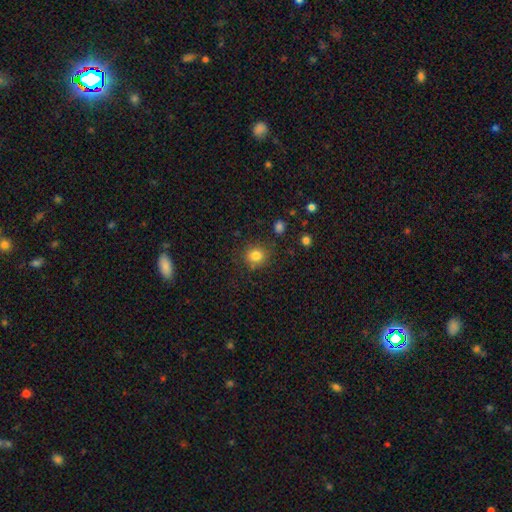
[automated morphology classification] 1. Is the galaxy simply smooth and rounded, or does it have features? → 82% smooth, 12% star or artifact, 6% featured or disk.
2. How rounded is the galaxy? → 84% round, 15% in between, 1% cigar-shaped.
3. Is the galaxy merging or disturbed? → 83% none, 11% minor disturbance, 3% major disturbance, 3% merger.